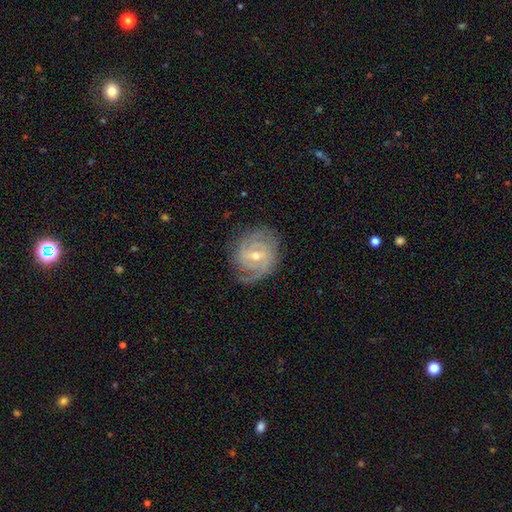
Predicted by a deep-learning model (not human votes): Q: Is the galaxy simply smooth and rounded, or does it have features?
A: featured or disk — 88%.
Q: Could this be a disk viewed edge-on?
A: no — 97%.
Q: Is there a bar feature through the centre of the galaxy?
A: weak — 52%.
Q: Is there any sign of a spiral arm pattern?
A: yes — 97%.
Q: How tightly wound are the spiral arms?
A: tight — 65%.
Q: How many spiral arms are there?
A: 2 — 38%.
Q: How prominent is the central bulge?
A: small — 50%.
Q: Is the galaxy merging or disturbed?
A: none — 78%.